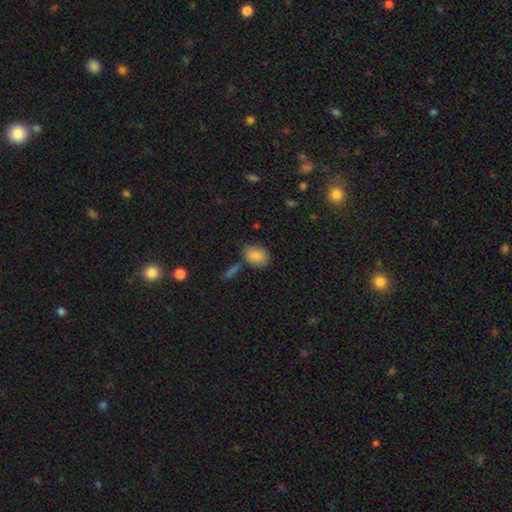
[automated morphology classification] Smooth or featured?
  - smooth: 85% *
  - star or artifact: 7%
  - featured or disk: 7%
How rounded?
  - in between: 75% *
  - round: 24%
  - cigar-shaped: 1%
Merging?
  - none: 69% *
  - minor disturbance: 16%
  - merger: 11%
  - major disturbance: 4%